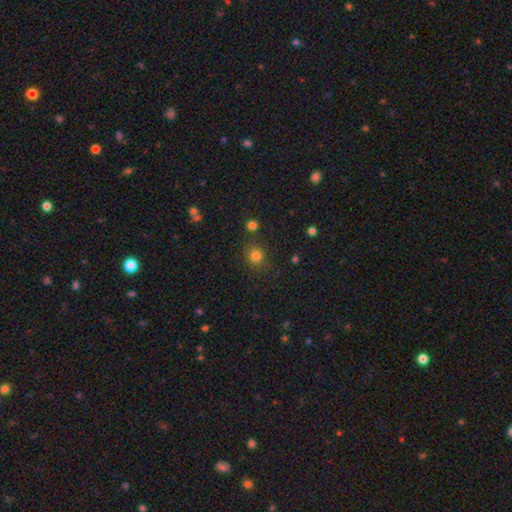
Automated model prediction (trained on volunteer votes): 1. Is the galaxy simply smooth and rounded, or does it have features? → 80% smooth, 15% star or artifact, 6% featured or disk.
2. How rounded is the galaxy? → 85% round, 14% in between, 1% cigar-shaped.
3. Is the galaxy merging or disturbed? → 81% none, 10% minor disturbance, 5% merger, 4% major disturbance.